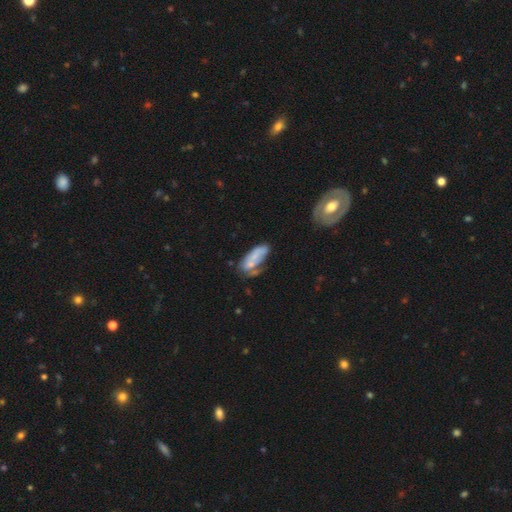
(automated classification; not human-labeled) A smooth galaxy with no disk features (61%) that is in between round and cigar-shaped (79%).

Vote fractions:
- Smooth or featured? smooth: 61% / featured or disk: 31% / star or artifact: 8%
- How rounded? in between: 79% / cigar-shaped: 19% / round: 3%
- Merging? none: 37% / minor disturbance: 26% / merger: 21% / major disturbance: 17%